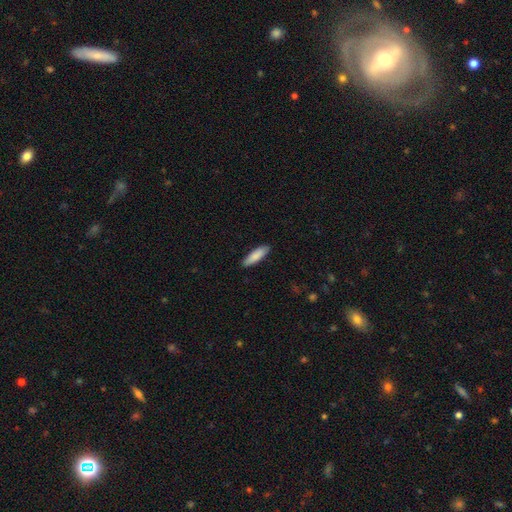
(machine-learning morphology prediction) smooth-or-featured: smooth: 87% | featured or disk: 8% | star or artifact: 5%
  how-rounded: cigar-shaped: 60% | in between: 38% | round: 1%
  merging: none: 89% | minor disturbance: 9% | major disturbance: 2% | merger: 1%